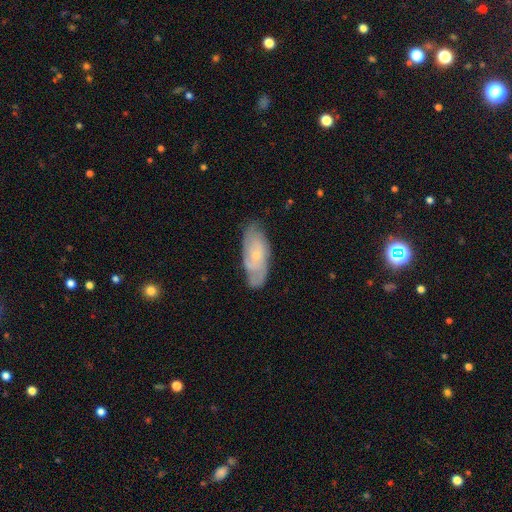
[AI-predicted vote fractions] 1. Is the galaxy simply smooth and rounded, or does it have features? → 67% featured or disk, 26% smooth, 6% star or artifact.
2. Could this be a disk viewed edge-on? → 90% no, 10% yes.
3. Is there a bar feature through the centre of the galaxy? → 75% no, 21% weak, 4% strong.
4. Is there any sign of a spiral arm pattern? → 86% yes, 14% no.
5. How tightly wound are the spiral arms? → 58% tight, 32% medium, 10% loose.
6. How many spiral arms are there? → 42% can't tell, 34% 2, 12% 3, 5% 4, 4% 1, 3% more than 4.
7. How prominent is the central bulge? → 74% small, 22% moderate, 2% none, 1% large, 1% dominant.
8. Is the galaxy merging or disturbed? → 74% none, 20% minor disturbance, 5% major disturbance, 2% merger.